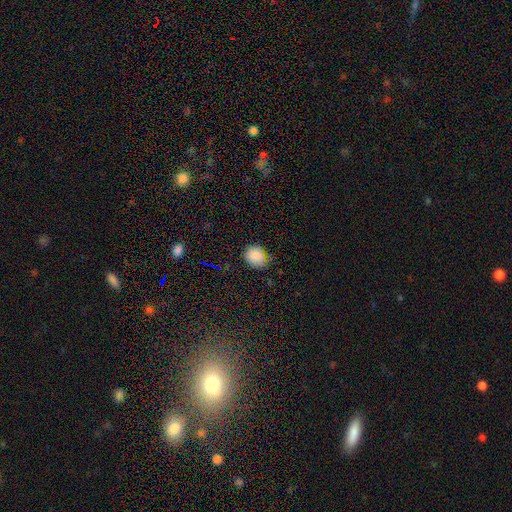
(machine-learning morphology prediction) The model was most divided on "how rounded": round: 64%, in between: 35%, cigar-shaped: 1%. More confident: smooth or featured — smooth (85%); merging — none (68%).